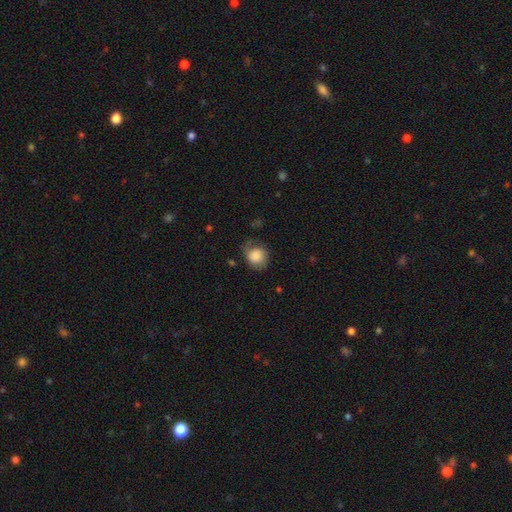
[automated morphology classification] This appears to be a smooth galaxy with no disk features (80%) that is round (72%). Merging: none (53%).